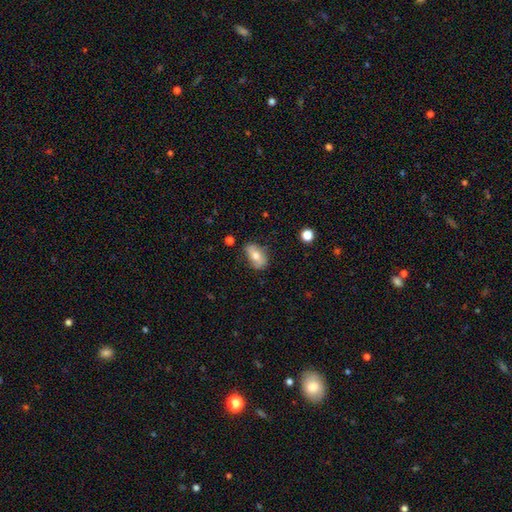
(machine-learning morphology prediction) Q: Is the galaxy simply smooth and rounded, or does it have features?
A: smooth — 69%.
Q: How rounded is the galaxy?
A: in between — 89%.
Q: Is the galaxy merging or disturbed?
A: none — 69%.